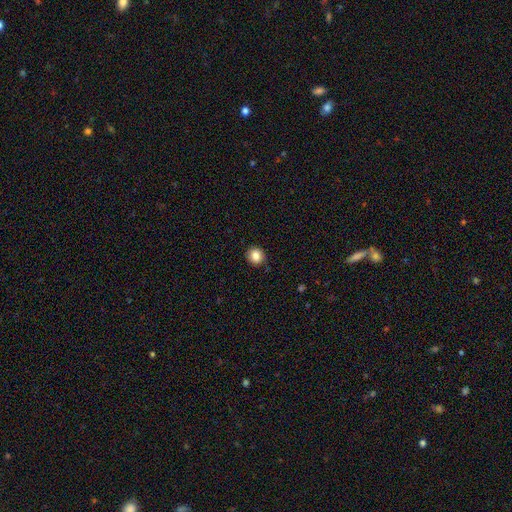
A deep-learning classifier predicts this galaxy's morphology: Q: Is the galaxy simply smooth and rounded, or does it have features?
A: smooth — 84%.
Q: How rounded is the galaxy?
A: round — 87%.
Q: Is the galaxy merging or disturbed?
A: none — 89%.